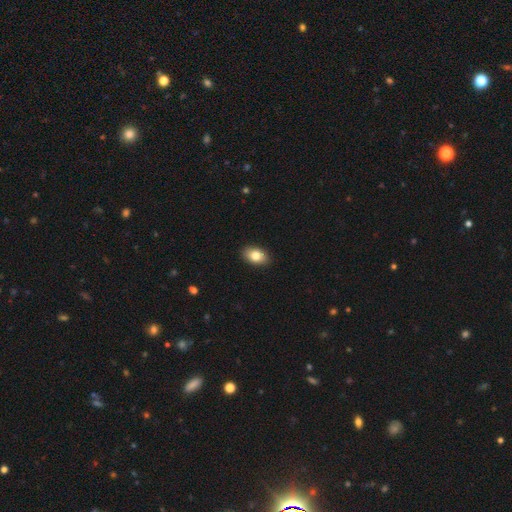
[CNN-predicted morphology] Overall: smooth (82%). How rounded: in between (88%). Merging: none (90%).